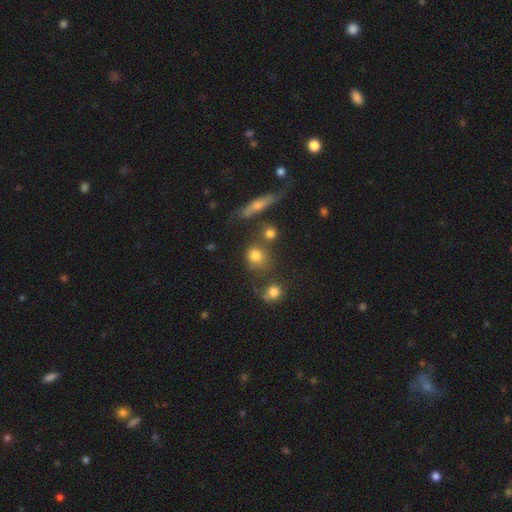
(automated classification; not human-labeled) Smooth or featured? smooth (76%)
How rounded? round (76%)
Merging? none (60%)